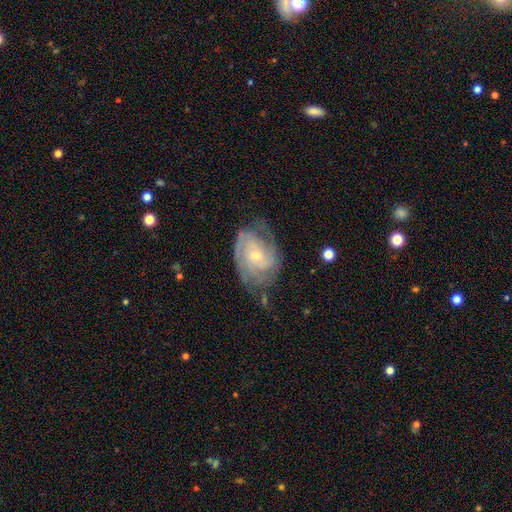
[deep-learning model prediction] A featured or disk galaxy (83%) with no bar (70%), 2 (40%) tight (58%) spiral arms (93%) and a small central bulge (68%).

Vote fractions:
- Smooth or featured? featured or disk: 83% / smooth: 11% / star or artifact: 6%
- Edge-on disk? no: 97% / yes: 3%
- Bar? no: 70% / weak: 24% / strong: 6%
- Spiral arms? yes: 93% / no: 7%
- Spiral winding? tight: 58% / medium: 33% / loose: 9%
- Spiral arm count? 2: 40% / can't tell: 28% / 3: 17% / 4: 6% / 1: 5% / more than 4: 4%
- Bulge size? small: 68% / moderate: 28% / large: 1% / none: 1% / dominant: 1%
- Merging? none: 62% / minor disturbance: 24% / major disturbance: 12% / merger: 2%